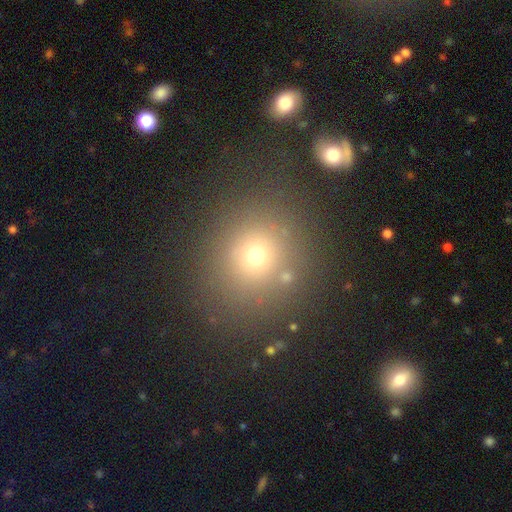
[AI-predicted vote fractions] Smooth or featured? Predicted: smooth (p=0.67). How rounded? Predicted: round (p=0.85). Merging? Predicted: none (p=0.83).